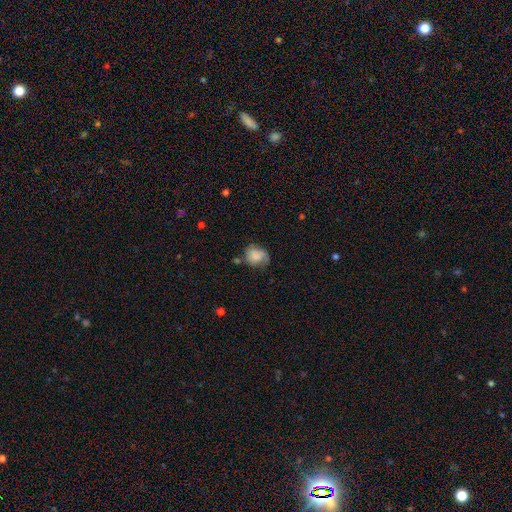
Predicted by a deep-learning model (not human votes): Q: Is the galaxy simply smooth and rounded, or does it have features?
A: smooth — 68%.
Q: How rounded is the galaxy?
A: round — 55%.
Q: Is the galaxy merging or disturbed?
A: none — 47%.